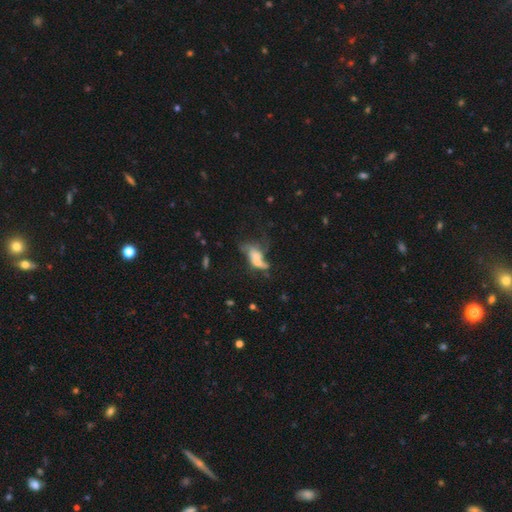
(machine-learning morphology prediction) Q: Smooth or featured?
A: featured or disk (49%); runner-up: smooth (36%)
Q: Merging?
A: merger (36%); runner-up: major disturbance (29%)